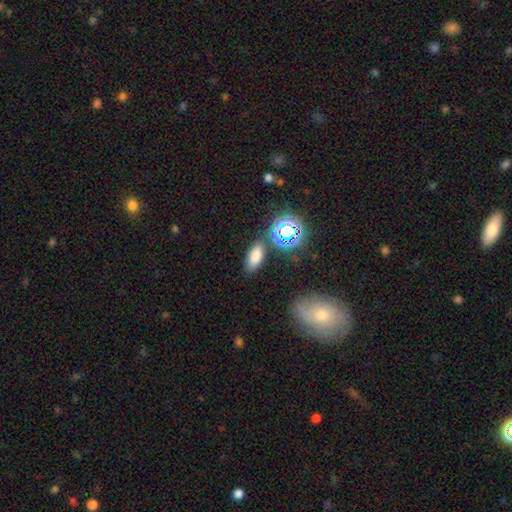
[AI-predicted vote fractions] smooth-or-featured: smooth: 71% | star or artifact: 20% | featured or disk: 9%
  how-rounded: in between: 82% | cigar-shaped: 11% | round: 8%
  merging: none: 78% | minor disturbance: 11% | merger: 7% | major disturbance: 4%